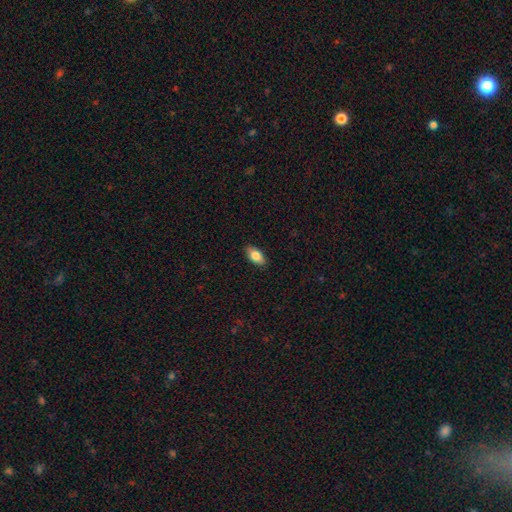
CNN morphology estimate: Smooth or featured? smooth (83%)
How rounded? in between (92%)
Merging? none (89%)